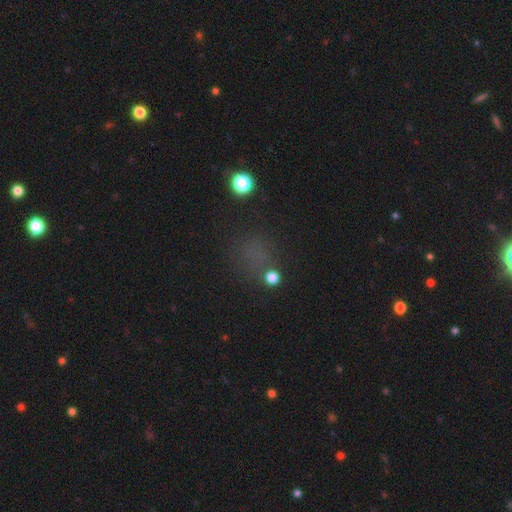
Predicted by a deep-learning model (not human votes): smooth_or_featured: smooth (p=0.46) [alt: star or artifact p=0.45]
merging: none (p=0.74) [alt: minor disturbance p=0.12]